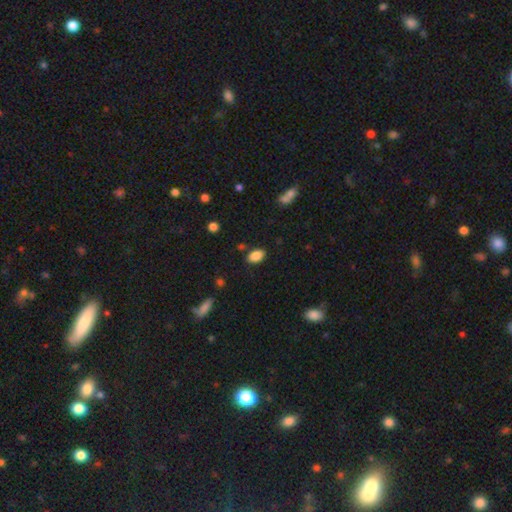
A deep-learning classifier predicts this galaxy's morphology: smooth-or-featured: smooth: 87% | star or artifact: 9% | featured or disk: 5%
  how-rounded: in between: 89% | round: 10% | cigar-shaped: 2%
  merging: none: 84% | minor disturbance: 11% | major disturbance: 3% | merger: 3%